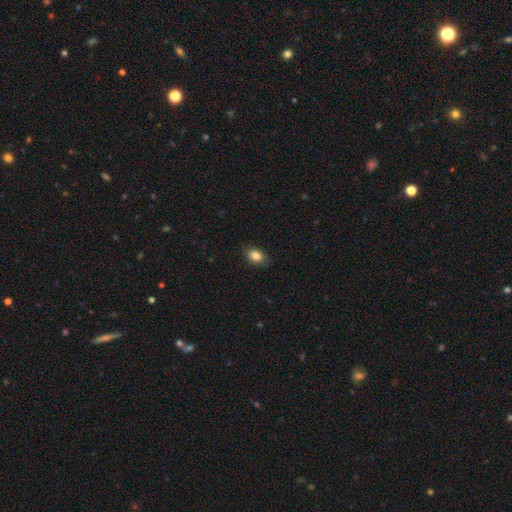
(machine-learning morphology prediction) A smooth galaxy with no disk features (85%) that is in between round and cigar-shaped (69%).

Vote fractions:
- Smooth or featured? smooth: 85% / star or artifact: 9% / featured or disk: 6%
- How rounded? in between: 69% / round: 30% / cigar-shaped: 1%
- Merging? none: 85% / minor disturbance: 11% / major disturbance: 2% / merger: 1%